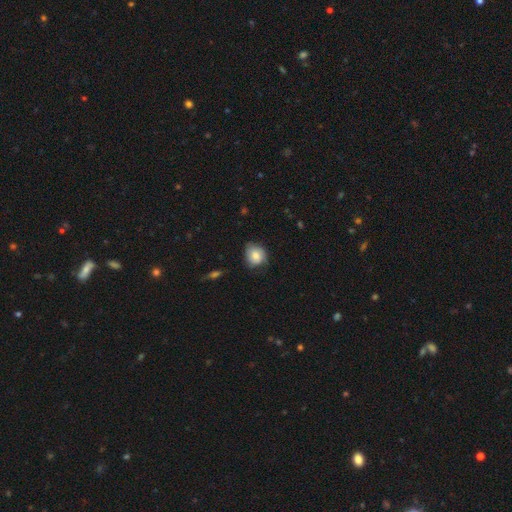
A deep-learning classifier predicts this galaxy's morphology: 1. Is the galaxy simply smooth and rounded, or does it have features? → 75% smooth, 17% featured or disk, 8% star or artifact.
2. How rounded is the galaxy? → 68% round, 31% in between, 1% cigar-shaped.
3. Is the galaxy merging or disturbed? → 61% none, 30% minor disturbance, 7% major disturbance, 1% merger.